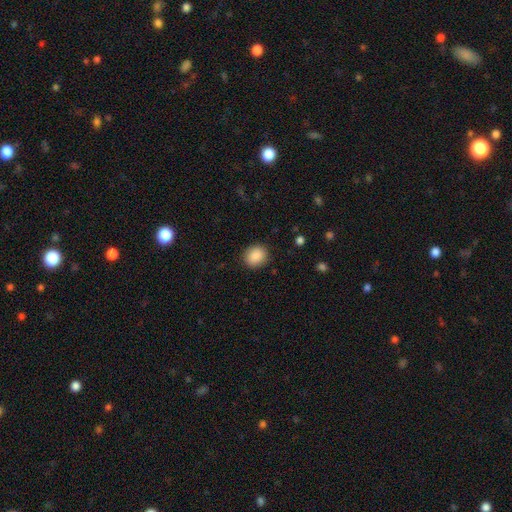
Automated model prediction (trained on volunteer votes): Q: Smooth or featured?
A: smooth (89%); runner-up: star or artifact (8%)
Q: How rounded?
A: round (71%); runner-up: in between (28%)
Q: Merging?
A: none (88%); runner-up: minor disturbance (8%)